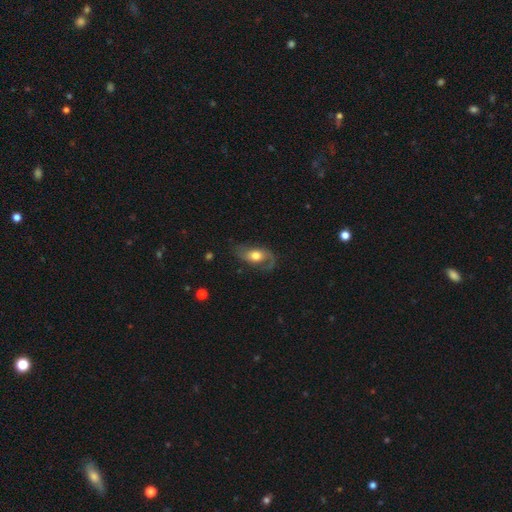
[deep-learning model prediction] The model was most divided on "spiral winding": loose: 49%, medium: 38%, tight: 13%. More confident: edge-on disk — no (93%); spiral arms — yes (87%); spiral arm count — 2 (74%); smooth or featured — featured or disk (68%); bar — no (67%); merging — none (61%); bulge size — moderate (60%).